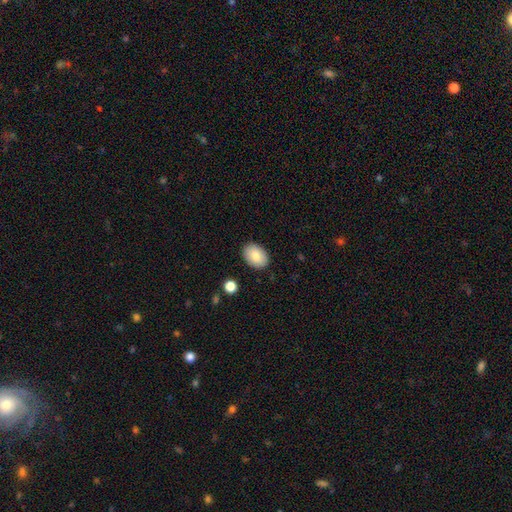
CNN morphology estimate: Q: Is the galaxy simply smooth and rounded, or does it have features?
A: smooth — 84%.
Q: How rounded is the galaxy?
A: in between — 84%.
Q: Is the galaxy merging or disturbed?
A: none — 89%.